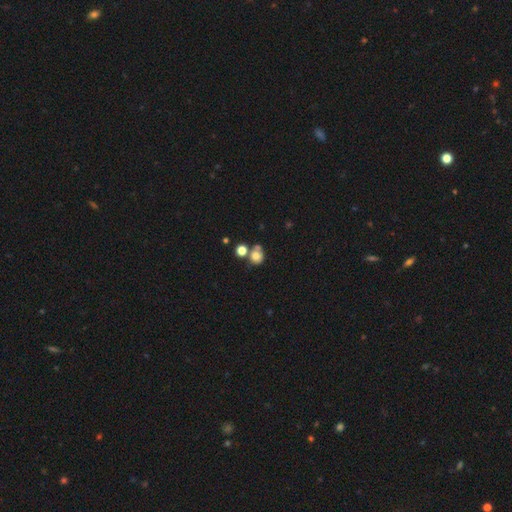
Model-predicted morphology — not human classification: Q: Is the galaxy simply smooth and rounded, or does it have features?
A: smooth — 74%.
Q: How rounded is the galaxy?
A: round — 76%.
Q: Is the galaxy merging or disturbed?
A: none — 47%.